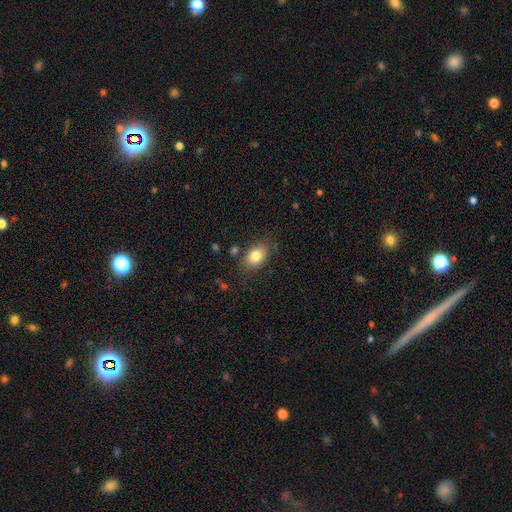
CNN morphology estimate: smooth-or-featured: smooth: 82% | featured or disk: 10% | star or artifact: 9%
  how-rounded: in between: 81% | round: 17% | cigar-shaped: 1%
  merging: none: 79% | minor disturbance: 14% | major disturbance: 4% | merger: 3%